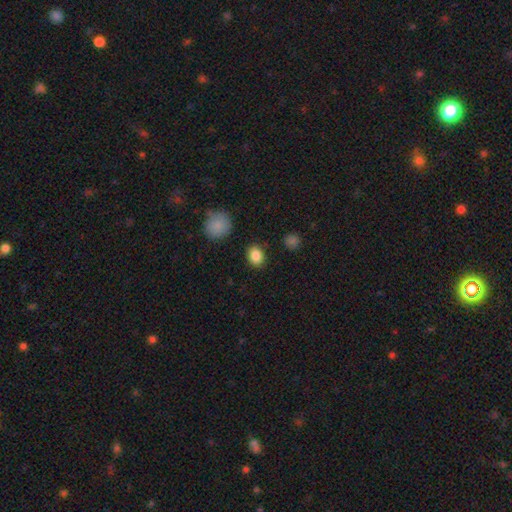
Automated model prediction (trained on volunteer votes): smooth-or-featured: smooth: 87% | star or artifact: 9% | featured or disk: 4%
  how-rounded: in between: 53% | round: 46% | cigar-shaped: 1%
  merging: none: 88% | minor disturbance: 8% | major disturbance: 3% | merger: 2%